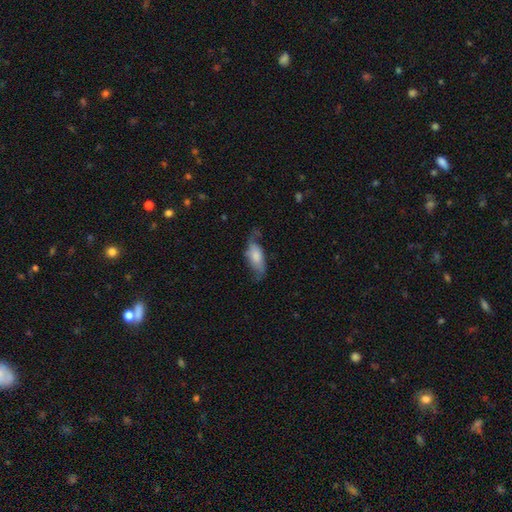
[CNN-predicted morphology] This appears to be a smooth galaxy with no disk features (58%) that is in between round and cigar-shaped (82%). Merging: none (46%).